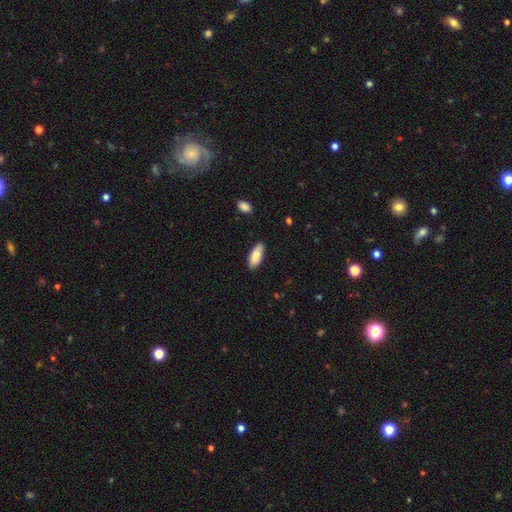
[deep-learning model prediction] Smooth or featured? smooth (87%)
How rounded? in between (81%)
Merging? none (84%)